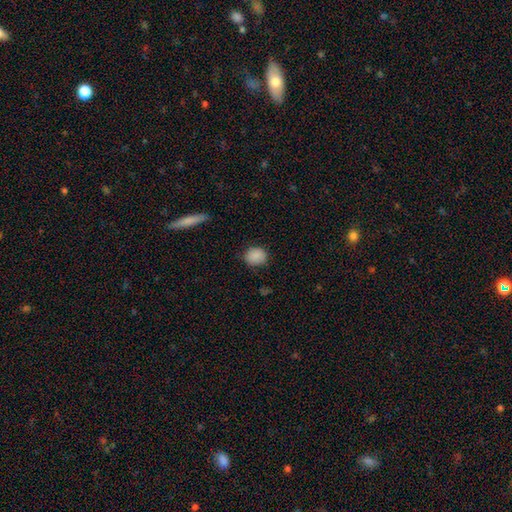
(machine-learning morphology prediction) Q: Smooth or featured?
A: smooth (88%); runner-up: star or artifact (8%)
Q: How rounded?
A: round (68%); runner-up: in between (31%)
Q: Merging?
A: none (82%); runner-up: minor disturbance (14%)